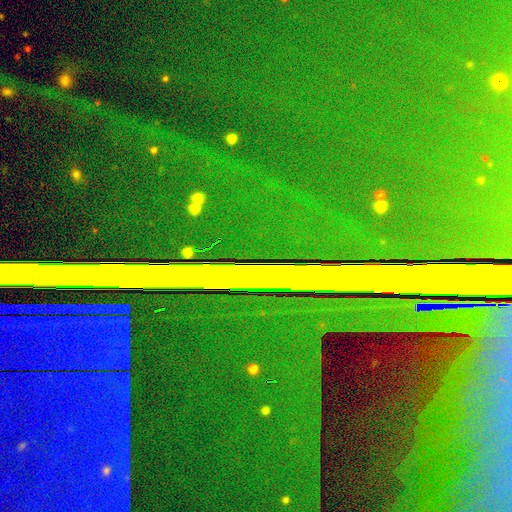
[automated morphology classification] Smooth or featured: star or artifact — 86% (featured or disk — 8%)